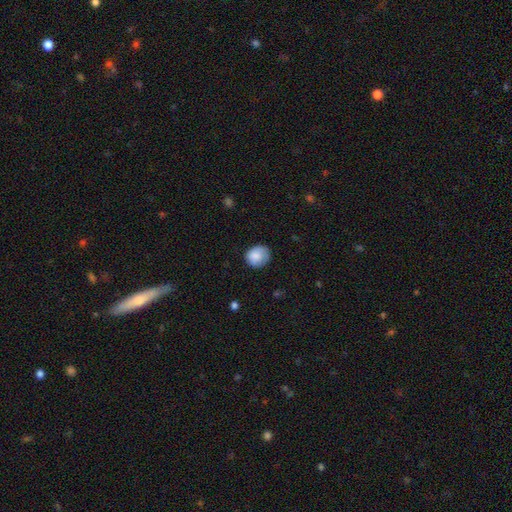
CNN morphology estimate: smooth-or-featured: smooth: 84% | featured or disk: 9% | star or artifact: 7%
  how-rounded: round: 74% | in between: 25% | cigar-shaped: 1%
  merging: none: 68% | minor disturbance: 25% | major disturbance: 6% | merger: 1%